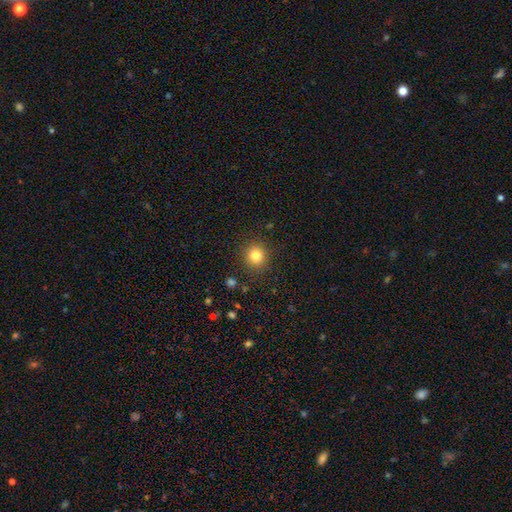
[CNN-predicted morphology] smooth 82%, star or artifact 12%, featured or disk 6%. Down the decision tree: how rounded — round (91%); merging — none (89%).